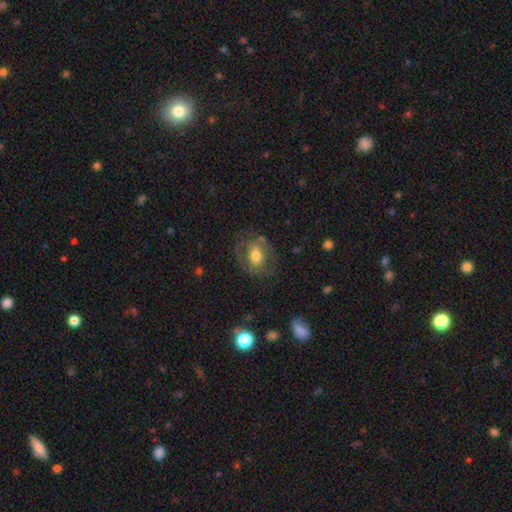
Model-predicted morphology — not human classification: Q: Smooth or featured?
A: smooth (47%); runner-up: featured or disk (44%)
Q: Merging?
A: none (64%); runner-up: minor disturbance (20%)